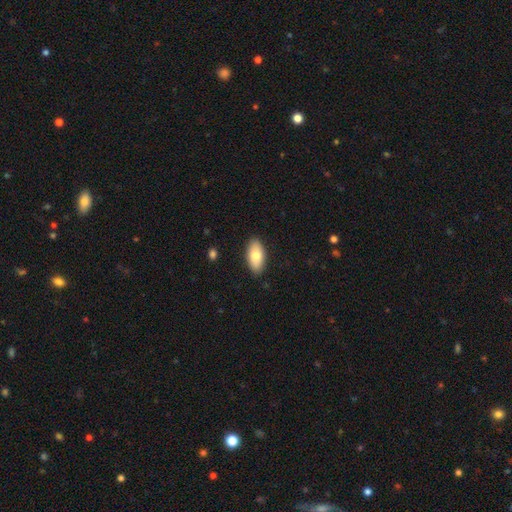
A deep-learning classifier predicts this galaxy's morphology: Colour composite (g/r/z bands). It shows a smooth galaxy with no disk features (77%) that is in between round and cigar-shaped (91%). Merging: none (88%).